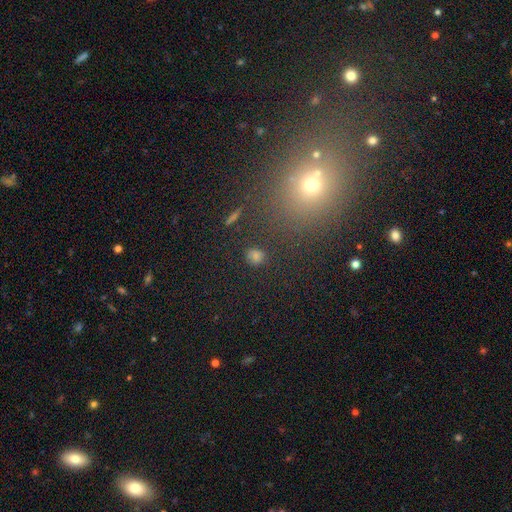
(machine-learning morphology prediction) This appears to be a smooth galaxy with no disk features (66%) that is round (76%). Merging: none (83%).